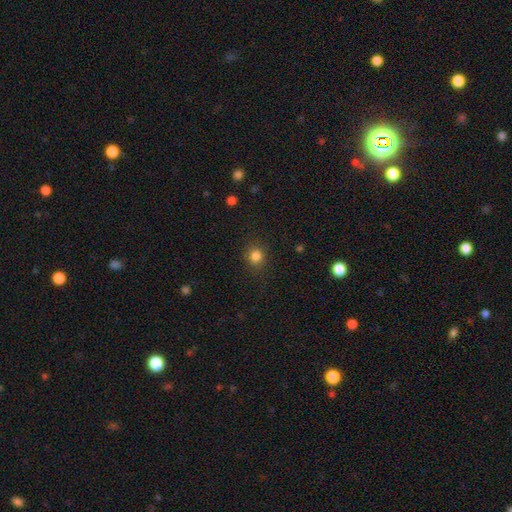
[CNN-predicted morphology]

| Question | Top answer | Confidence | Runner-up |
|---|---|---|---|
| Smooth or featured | smooth | 83% | star or artifact (13%) |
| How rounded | round | 86% | in between (13%) |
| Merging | none | 87% | minor disturbance (9%) |